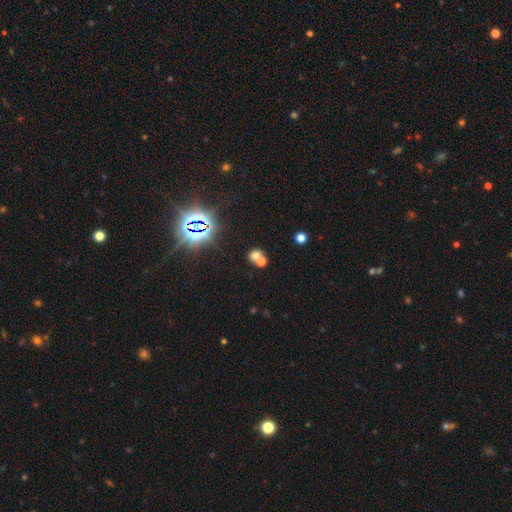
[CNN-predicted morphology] Smooth or featured?
  - smooth: 60% *
  - star or artifact: 23%
  - featured or disk: 16%
How rounded?
  - round: 65% *
  - in between: 33%
  - cigar-shaped: 1%
Merging?
  - merger: 57% *
  - none: 34%
  - minor disturbance: 6%
  - major disturbance: 3%